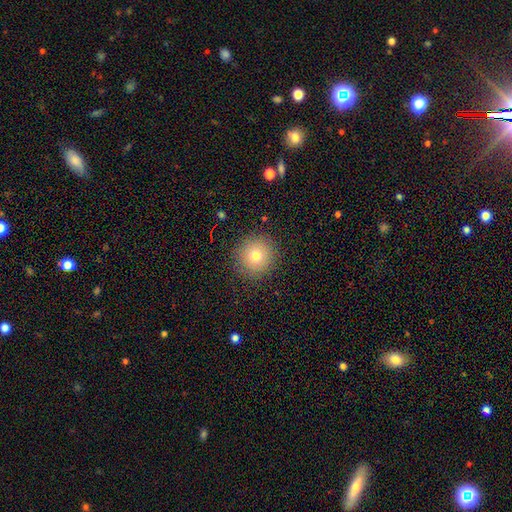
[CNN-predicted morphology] Smooth or featured?
  - smooth: 75% *
  - star or artifact: 13%
  - featured or disk: 12%
How rounded?
  - round: 94% *
  - in between: 5%
  - cigar-shaped: 1%
Merging?
  - none: 89% *
  - minor disturbance: 7%
  - major disturbance: 3%
  - merger: 1%